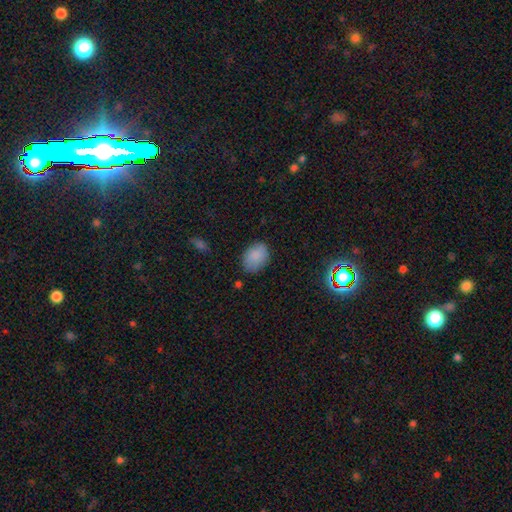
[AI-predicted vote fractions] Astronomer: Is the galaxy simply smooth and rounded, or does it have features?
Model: smooth — 86%.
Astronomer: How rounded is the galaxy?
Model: in between — 74%.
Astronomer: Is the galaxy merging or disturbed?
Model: none — 81%.